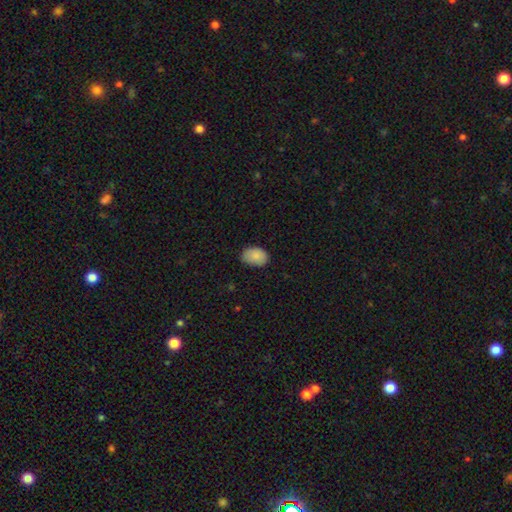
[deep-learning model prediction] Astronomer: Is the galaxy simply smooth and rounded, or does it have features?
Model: smooth — 87%.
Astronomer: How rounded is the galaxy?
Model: in between — 83%.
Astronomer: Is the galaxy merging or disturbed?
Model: none — 77%.